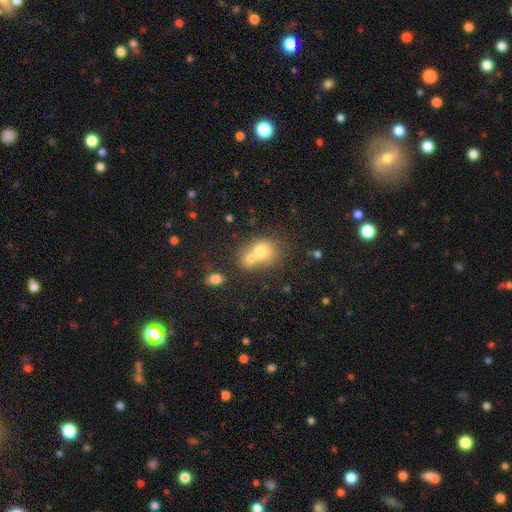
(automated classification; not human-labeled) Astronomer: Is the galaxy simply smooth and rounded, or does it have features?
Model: smooth — 66%.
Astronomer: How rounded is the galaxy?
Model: round — 64%.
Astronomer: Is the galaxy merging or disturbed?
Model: merger — 61%.